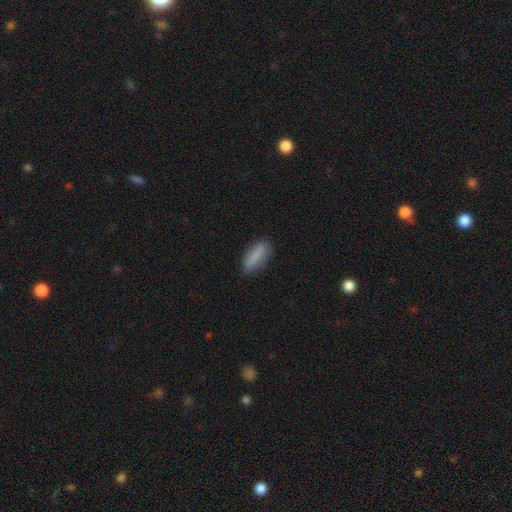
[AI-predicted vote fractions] Smooth or featured? Predicted: smooth (p=0.83). How rounded? Predicted: in between (p=0.51). Merging? Predicted: none (p=0.81).